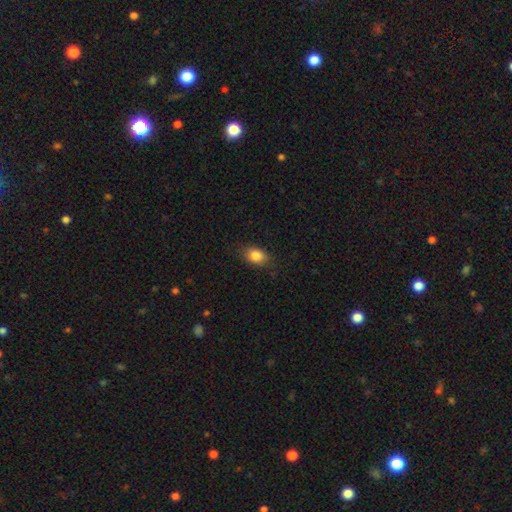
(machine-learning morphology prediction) Smooth or featured: smooth — 84% (star or artifact — 9%)
How rounded: in between — 74% (round — 24%)
Merging: none — 84% (minor disturbance — 12%)